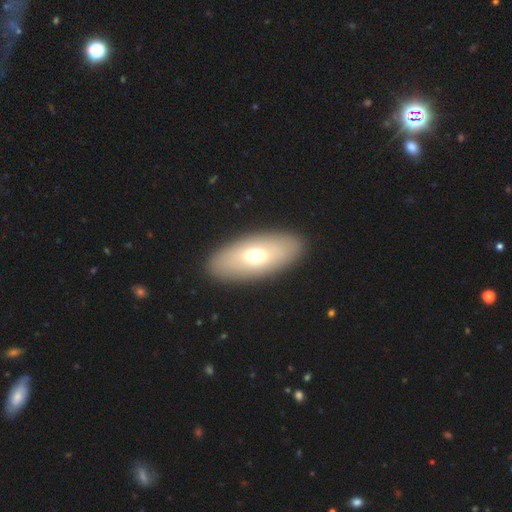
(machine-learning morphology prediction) A smooth galaxy with no disk features (63%) that is in between round and cigar-shaped (87%).

Vote fractions:
- Smooth or featured? smooth: 63% / featured or disk: 30% / star or artifact: 7%
- How rounded? in between: 87% / cigar-shaped: 9% / round: 4%
- Merging? none: 89% / minor disturbance: 7% / major disturbance: 3% / merger: 1%